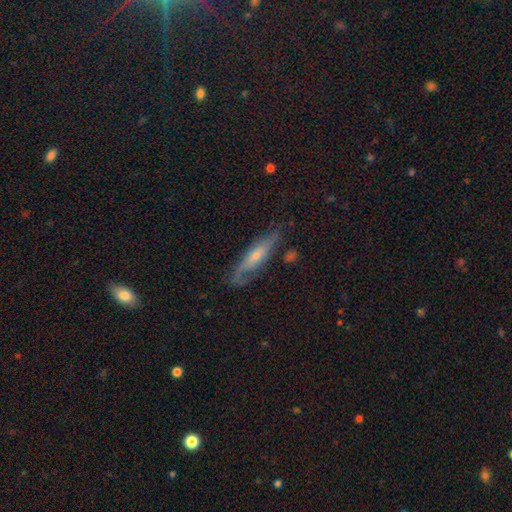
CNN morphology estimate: Smooth or featured? featured or disk (61%)
Edge-on disk? yes (55%)
Merging? none (70%)